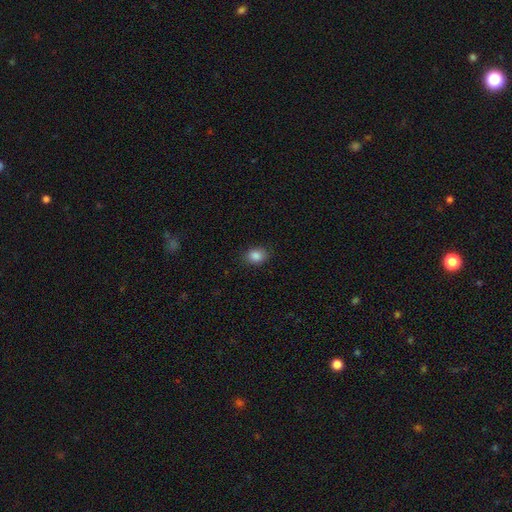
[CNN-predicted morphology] smooth 86%, star or artifact 10%, featured or disk 4%. Down the decision tree: how rounded — in between (54%); merging — none (85%).